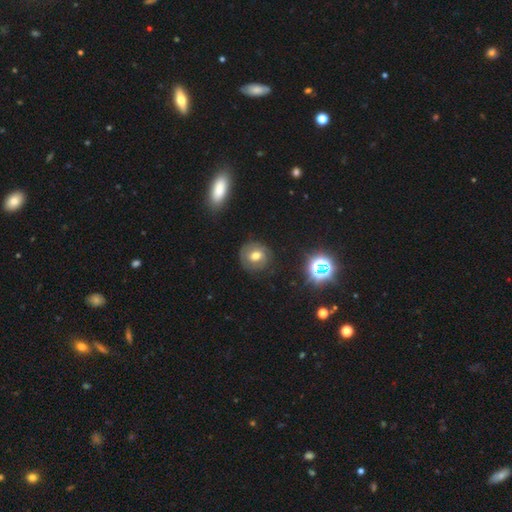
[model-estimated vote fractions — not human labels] Smooth or featured: smooth — 44% (featured or disk — 42%)
Merging: none — 79% (minor disturbance — 14%)